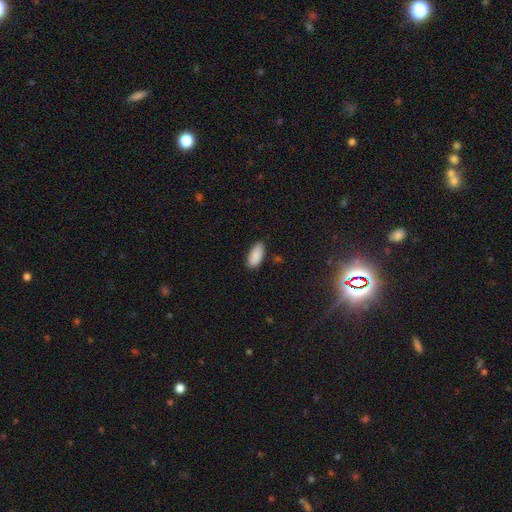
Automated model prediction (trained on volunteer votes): Morphology: type=smooth (90%); roundness=in between (89%); merging=none (83%).